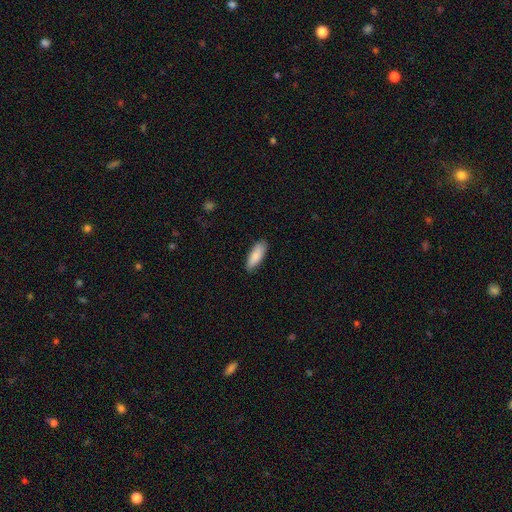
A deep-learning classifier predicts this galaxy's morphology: Overall: smooth (85%). How rounded: in between (62%; cigar-shaped 37%). Merging: none (84%).